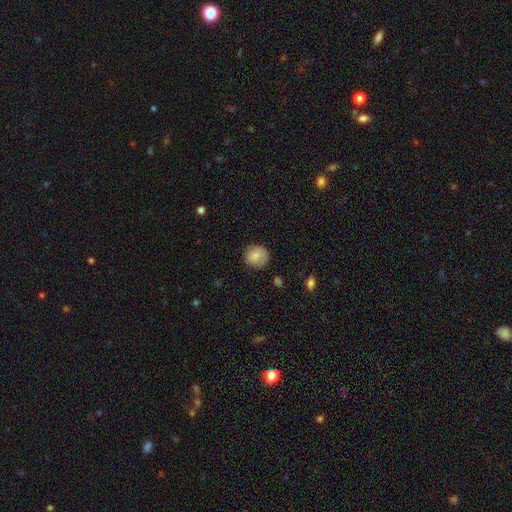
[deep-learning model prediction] Smooth or featured: smooth — 82% (featured or disk — 10%)
How rounded: round — 83% (in between — 16%)
Merging: none — 74% (minor disturbance — 20%)